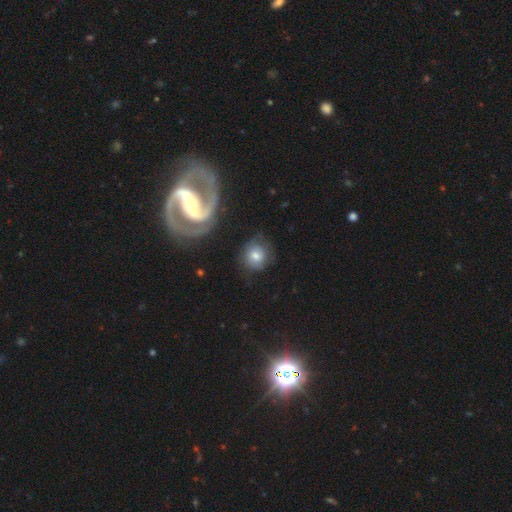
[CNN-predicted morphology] A smooth galaxy with no disk features (61%) that is round (81%). Merging: none (67%).